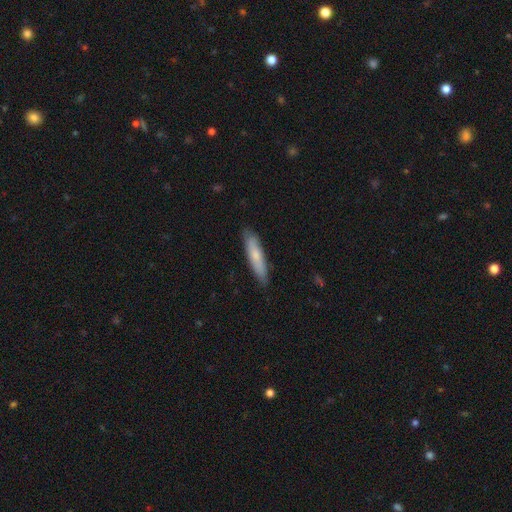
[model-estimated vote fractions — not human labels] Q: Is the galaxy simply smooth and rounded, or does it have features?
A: smooth — 68%.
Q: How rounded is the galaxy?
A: cigar-shaped — 85%.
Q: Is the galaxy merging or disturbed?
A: none — 84%.